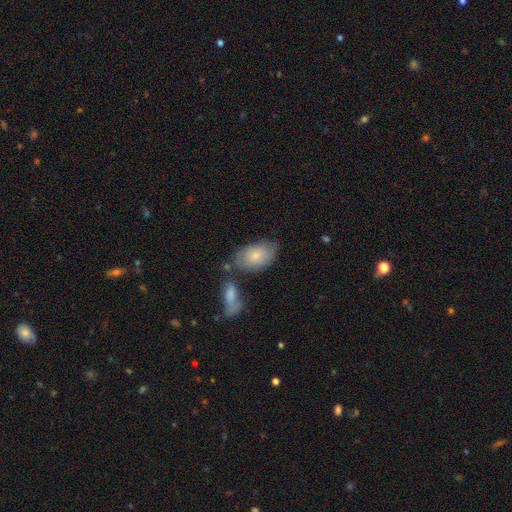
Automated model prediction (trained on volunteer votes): Overall: smooth (74%). How rounded: in between (91%). Merging: none (57%; minor disturbance 20%).